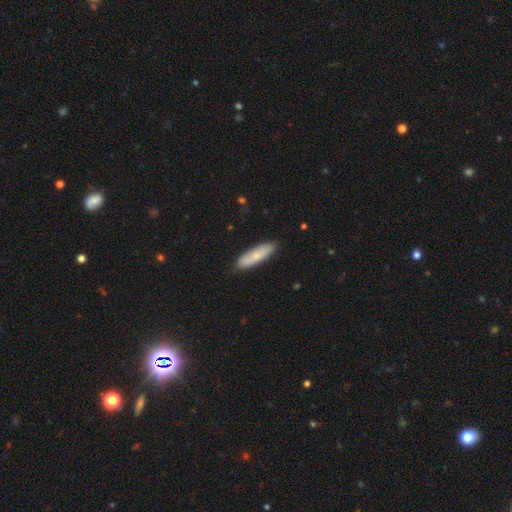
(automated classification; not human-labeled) smooth 71%, featured or disk 23%, star or artifact 6%. Down the decision tree: how rounded — cigar-shaped (62%); merging — none (87%).